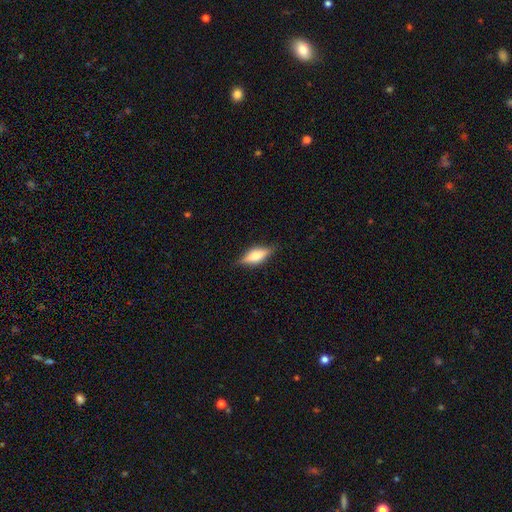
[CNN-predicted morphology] type=smooth (48%); merging=none (84%).